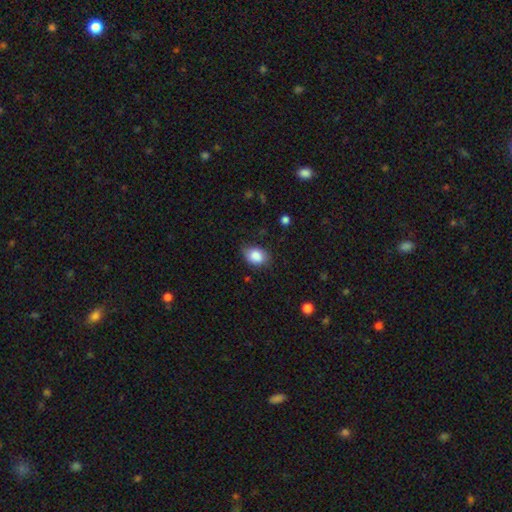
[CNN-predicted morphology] A smooth galaxy with no disk features (86%) that is in between round and cigar-shaped (72%).

Vote fractions:
- Smooth or featured? smooth: 86% / star or artifact: 8% / featured or disk: 7%
- How rounded? in between: 72% / round: 27% / cigar-shaped: 1%
- Merging? none: 71% / minor disturbance: 23% / major disturbance: 5% / merger: 1%